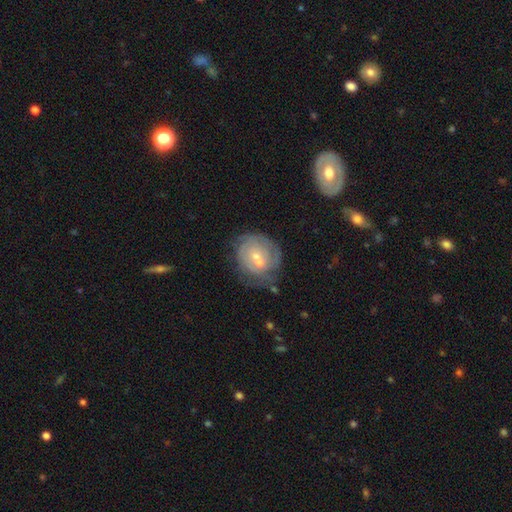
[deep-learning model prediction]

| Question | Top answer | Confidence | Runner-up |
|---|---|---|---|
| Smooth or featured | featured or disk | 59% | smooth (31%) |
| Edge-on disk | no | 96% | yes (4%) |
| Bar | no | 45% | weak (43%) |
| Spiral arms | yes | 60% | no (40%) |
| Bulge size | small | 54% | moderate (40%) |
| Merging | none | 55% | merger (19%) |